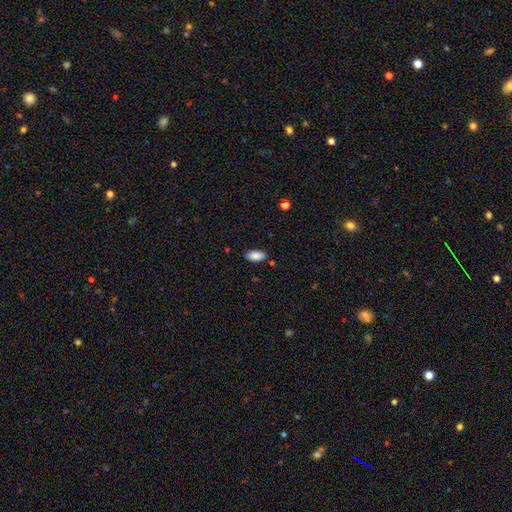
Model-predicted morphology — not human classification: smooth 86%, star or artifact 7%, featured or disk 7%. Down the decision tree: how rounded — in between (92%); merging — none (85%).